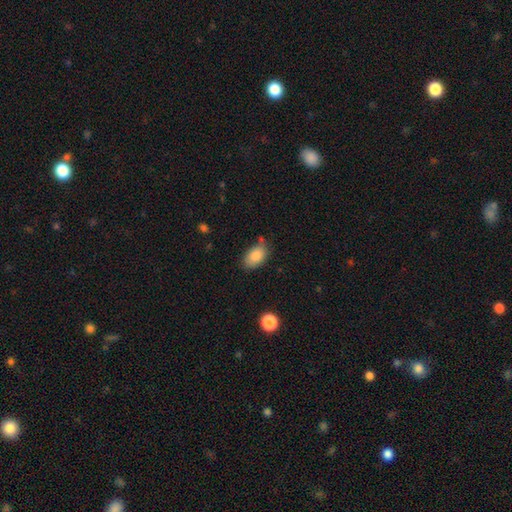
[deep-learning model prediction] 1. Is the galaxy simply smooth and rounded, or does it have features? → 85% smooth, 8% star or artifact, 8% featured or disk.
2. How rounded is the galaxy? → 91% in between, 8% round, 1% cigar-shaped.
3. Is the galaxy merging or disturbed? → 72% none, 19% minor disturbance, 5% merger, 4% major disturbance.